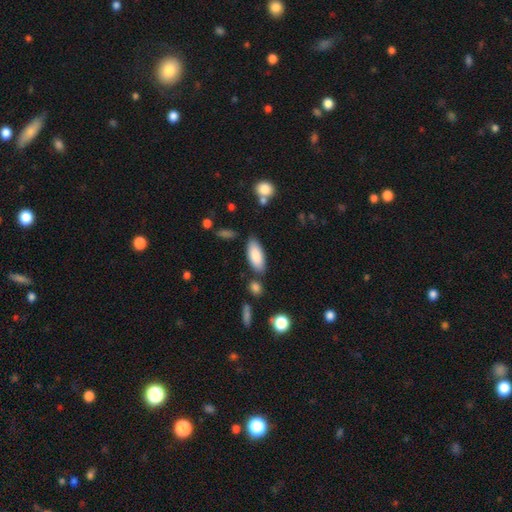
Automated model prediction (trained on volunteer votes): Q: Smooth or featured?
A: smooth (86%); runner-up: featured or disk (8%)
Q: How rounded?
A: in between (83%); runner-up: cigar-shaped (15%)
Q: Merging?
A: none (78%); runner-up: minor disturbance (13%)